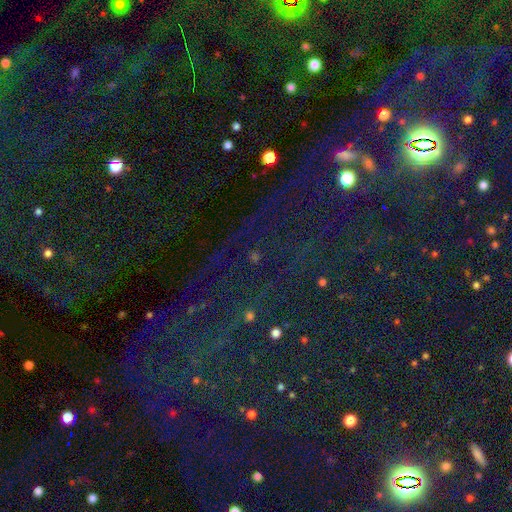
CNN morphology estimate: Smooth or featured: star or artifact — 79% (smooth — 13%)